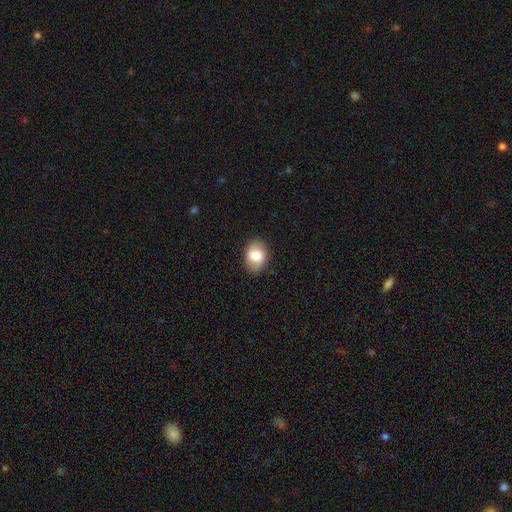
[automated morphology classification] Smooth or featured: smooth — 76% (featured or disk — 17%)
How rounded: in between — 74% (round — 25%)
Merging: none — 85% (minor disturbance — 11%)